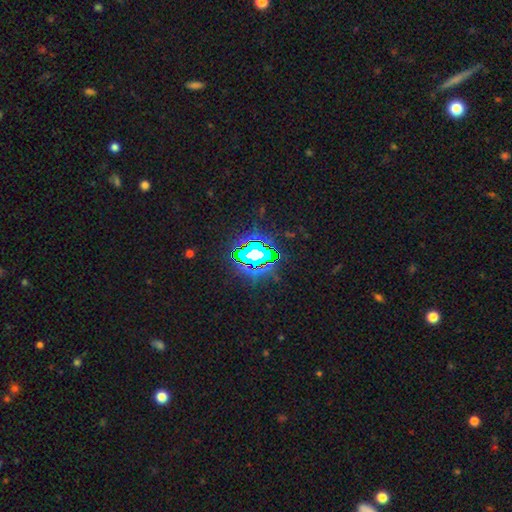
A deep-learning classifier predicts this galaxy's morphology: smooth-or-featured: star or artifact: 75% | featured or disk: 13% | smooth: 12%